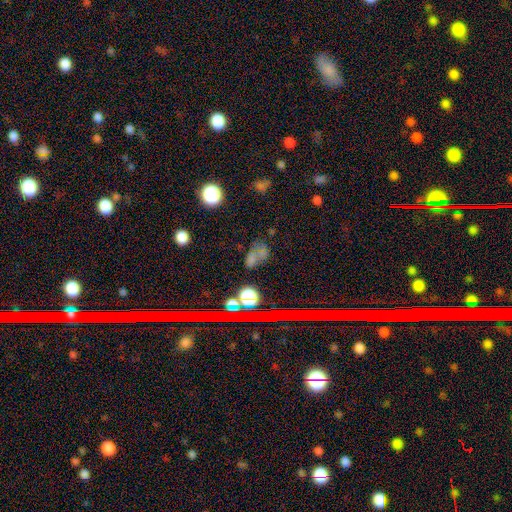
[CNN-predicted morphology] Smooth or featured? Predicted: smooth (p=0.48). Merging? Predicted: none (p=0.50).